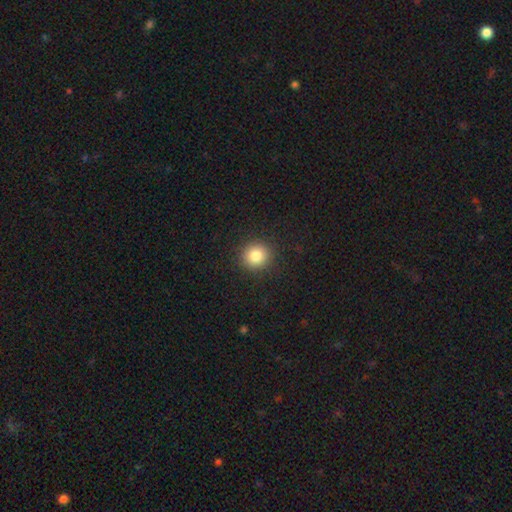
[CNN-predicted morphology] This appears to be a smooth galaxy with no disk features (83%) that is round (92%). Merging: none (91%).